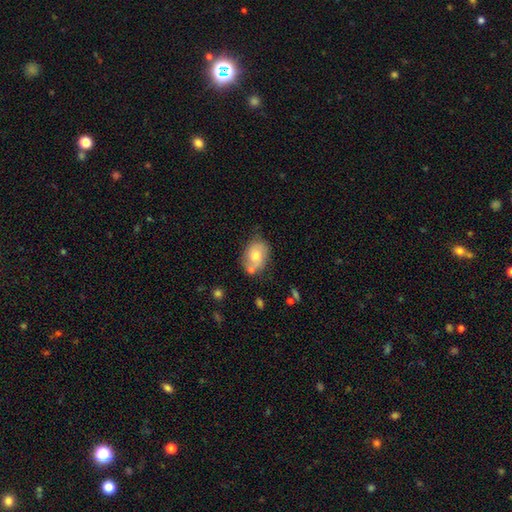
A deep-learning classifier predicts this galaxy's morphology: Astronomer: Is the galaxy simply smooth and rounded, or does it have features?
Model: smooth — 59%.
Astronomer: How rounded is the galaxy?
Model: in between — 70%.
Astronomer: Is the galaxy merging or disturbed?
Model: none — 58%.